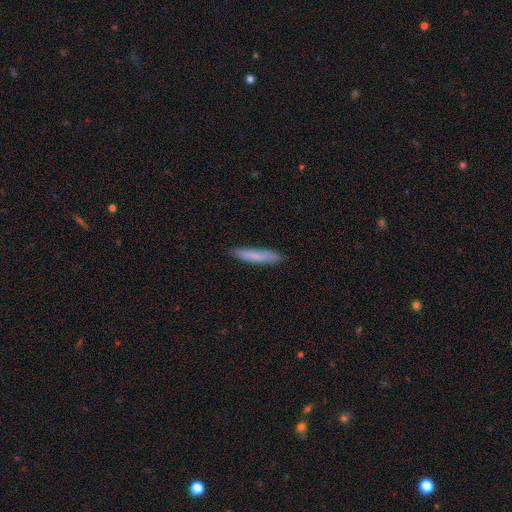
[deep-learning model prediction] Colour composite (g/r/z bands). It shows a smooth galaxy with no disk features (76%) that is cigar-shaped (89%). Merging: none (82%).